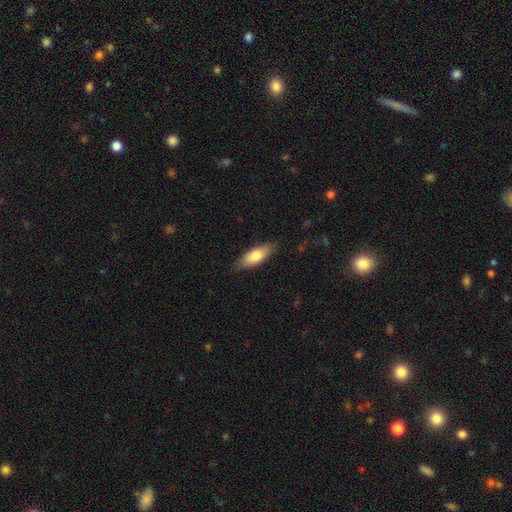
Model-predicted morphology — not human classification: A smooth galaxy with no disk features (71%) that is in between round and cigar-shaped (70%).

Vote fractions:
- Smooth or featured? smooth: 71% / featured or disk: 23% / star or artifact: 6%
- How rounded? in between: 70% / cigar-shaped: 27% / round: 3%
- Merging? none: 81% / minor disturbance: 15% / major disturbance: 3% / merger: 1%